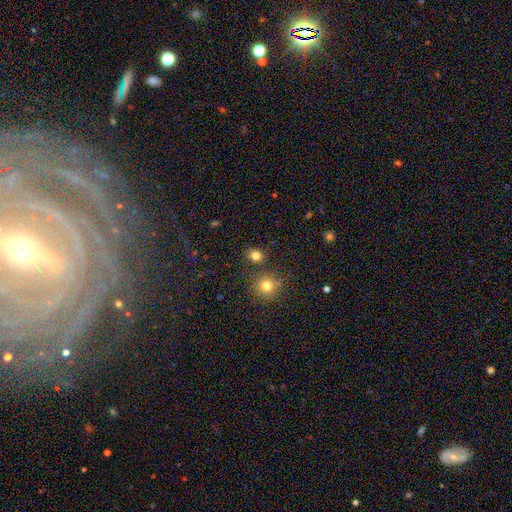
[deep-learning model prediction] This is clearly a smooth galaxy (81%). How rounded: likely round (69%). Merging: clearly none (80%).